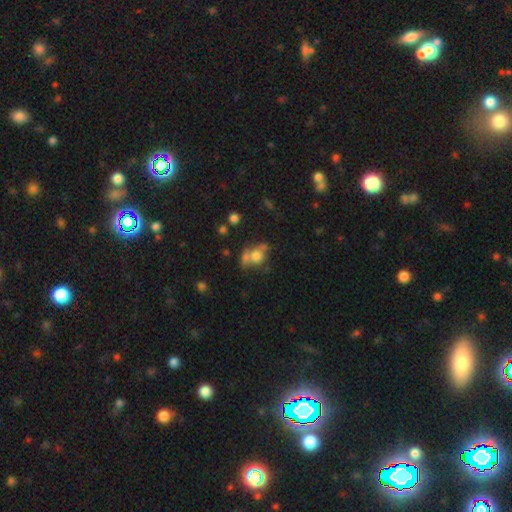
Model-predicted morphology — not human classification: Q: Smooth or featured?
A: smooth (61%); runner-up: featured or disk (26%)
Q: How rounded?
A: in between (51%); runner-up: round (46%)
Q: Merging?
A: none (35%); tied with: merger (35%)